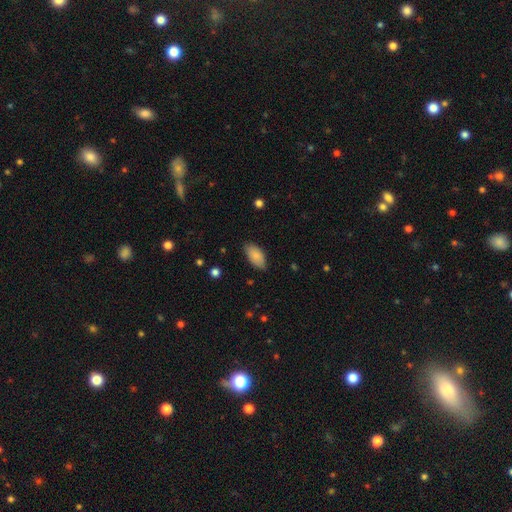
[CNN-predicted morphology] Smooth or featured: smooth — 86% (featured or disk — 8%)
How rounded: in between — 94% (cigar-shaped — 4%)
Merging: none — 81% (minor disturbance — 15%)